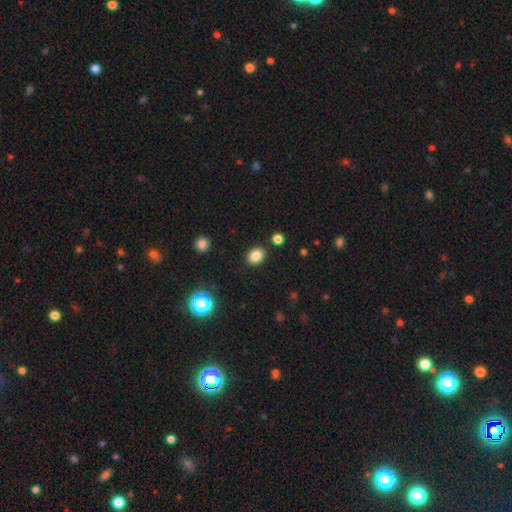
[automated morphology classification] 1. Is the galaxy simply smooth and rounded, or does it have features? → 84% smooth, 11% star or artifact, 5% featured or disk.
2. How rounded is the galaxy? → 62% in between, 37% round, 1% cigar-shaped.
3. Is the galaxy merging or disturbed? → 88% none, 8% minor disturbance, 2% merger, 2% major disturbance.